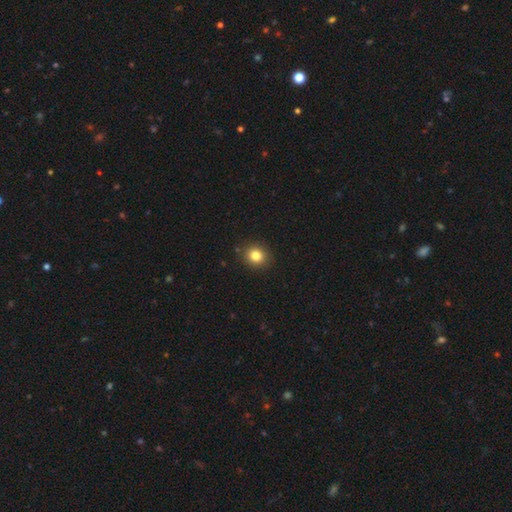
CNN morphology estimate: A smooth galaxy with no disk features (82%) that is round (83%). Merging: none (90%).